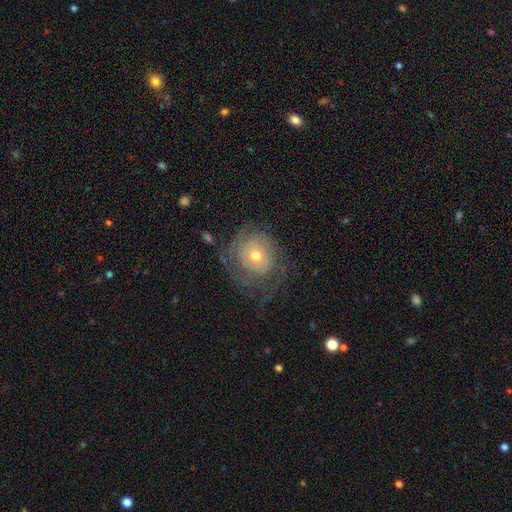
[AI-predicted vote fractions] smooth_or_featured: featured or disk (p=0.62) [alt: smooth p=0.28]
disk_edge_on: no (p=0.96) [alt: yes p=0.04]
bar: no (p=0.83) [alt: weak p=0.14]
has_spiral_arms: yes (p=0.72) [alt: no p=0.28]
bulge_size: moderate (p=0.58) [alt: small p=0.36]
merging: none (p=0.57) [alt: major disturbance p=0.21]